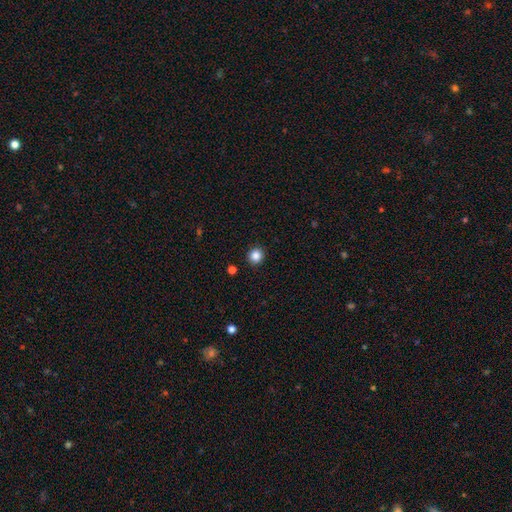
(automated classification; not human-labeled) Overall: smooth (86%). How rounded: round (91%). Merging: none (92%).